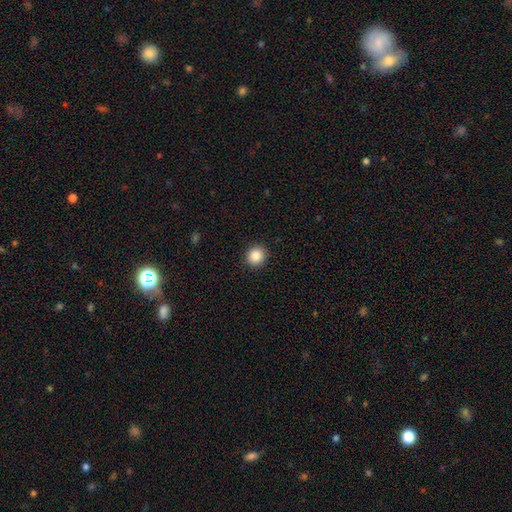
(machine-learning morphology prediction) The model was most divided on "smooth or featured": smooth: 86%, star or artifact: 9%, featured or disk: 4%. More confident: merging — none (92%); how rounded — round (88%).